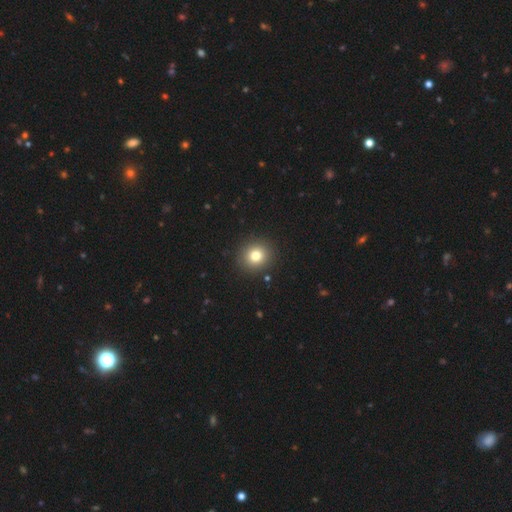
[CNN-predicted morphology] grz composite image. It shows a smooth galaxy with no disk features (79%) that is round (89%). Merging: none (92%).